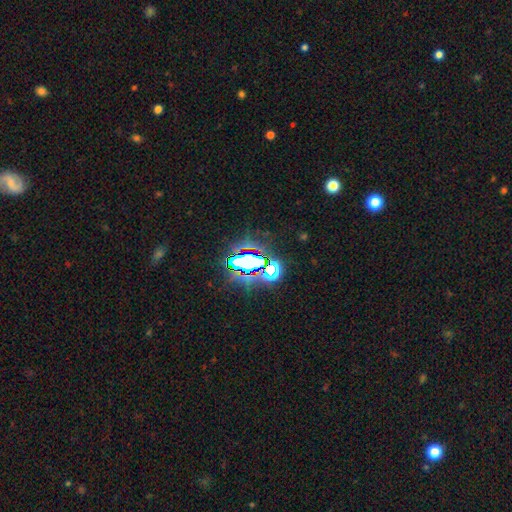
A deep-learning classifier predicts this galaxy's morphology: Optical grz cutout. It shows a star or artifact, not a galaxy (70%).